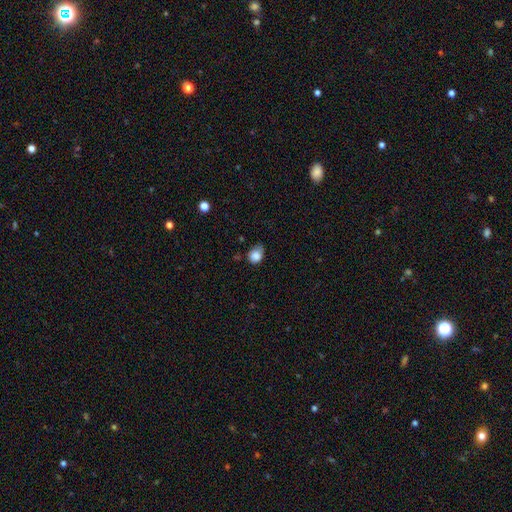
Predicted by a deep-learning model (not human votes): Smooth or featured? smooth (84%)
How rounded? round (55%)
Merging? none (52%)